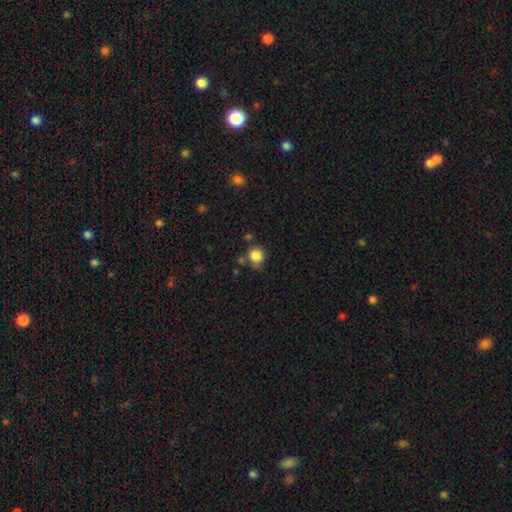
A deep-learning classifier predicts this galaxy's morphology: Smooth or featured? smooth (85%)
How rounded? round (86%)
Merging? none (68%)